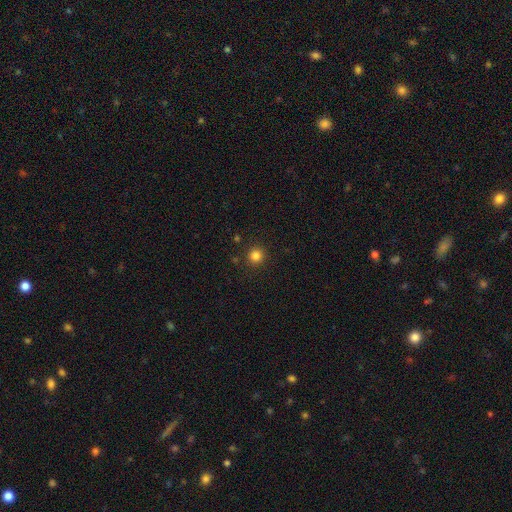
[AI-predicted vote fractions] Q: Smooth or featured?
A: smooth (83%); runner-up: star or artifact (14%)
Q: How rounded?
A: round (94%); runner-up: in between (5%)
Q: Merging?
A: none (91%); runner-up: minor disturbance (5%)